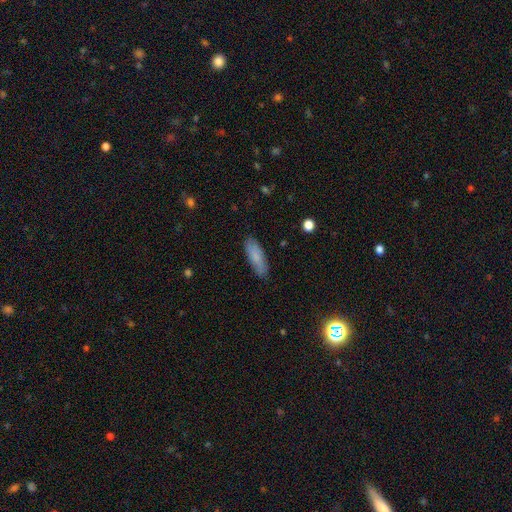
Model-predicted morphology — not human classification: Smooth or featured? Predicted: smooth (p=0.80). How rounded? Predicted: in between (p=0.55). Merging? Predicted: none (p=0.83).